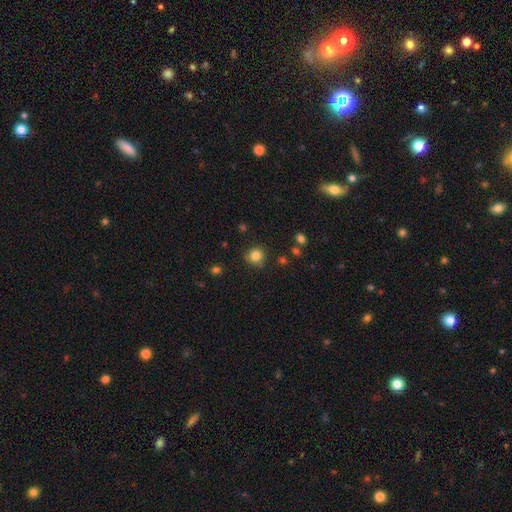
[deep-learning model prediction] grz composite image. It shows a smooth galaxy with no disk features (83%) that is round (90%). Merging: none (82%).